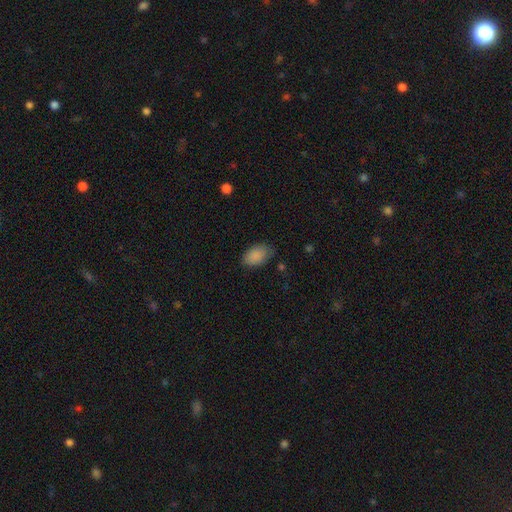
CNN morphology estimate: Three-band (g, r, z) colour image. It shows a smooth galaxy with no disk features (88%) that is in between round and cigar-shaped (91%). Merging: none (77%).